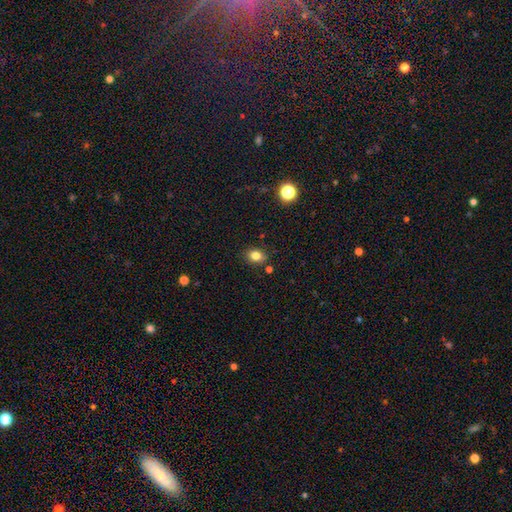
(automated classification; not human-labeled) A smooth galaxy with no disk features (82%) that is in between round and cigar-shaped (62%).

Vote fractions:
- Smooth or featured? smooth: 82% / star or artifact: 12% / featured or disk: 6%
- How rounded? in between: 62% / round: 37% / cigar-shaped: 1%
- Merging? none: 84% / minor disturbance: 11% / merger: 3% / major disturbance: 2%